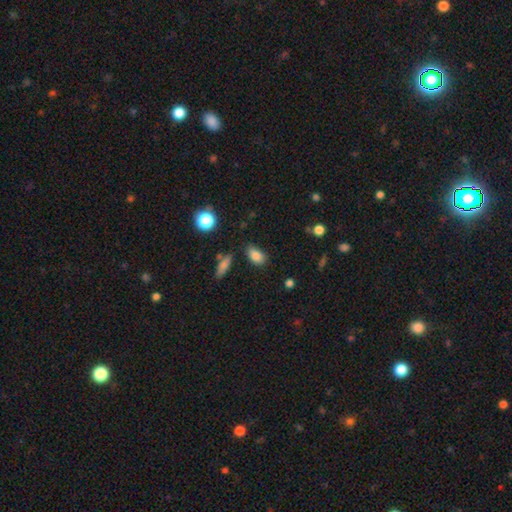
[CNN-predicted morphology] Smooth or featured?
  - smooth: 83% *
  - star or artifact: 10%
  - featured or disk: 6%
How rounded?
  - in between: 86% *
  - round: 11%
  - cigar-shaped: 4%
Merging?
  - none: 73% *
  - minor disturbance: 19%
  - major disturbance: 4%
  - merger: 4%